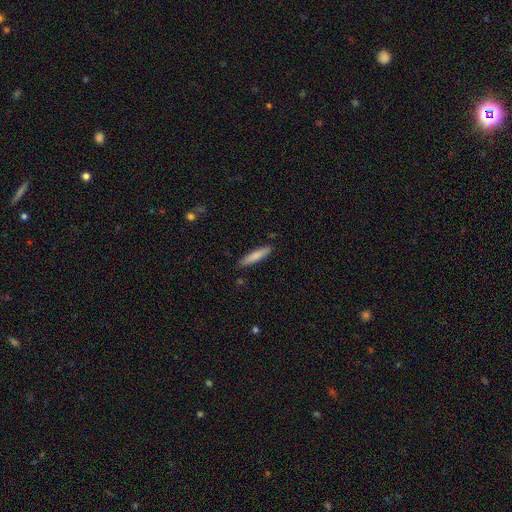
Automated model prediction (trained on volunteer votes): Smooth or featured?
  - smooth: 81% *
  - featured or disk: 14%
  - star or artifact: 6%
How rounded?
  - cigar-shaped: 85% *
  - in between: 14%
  - round: 1%
Merging?
  - none: 88% *
  - minor disturbance: 9%
  - major disturbance: 2%
  - merger: 1%